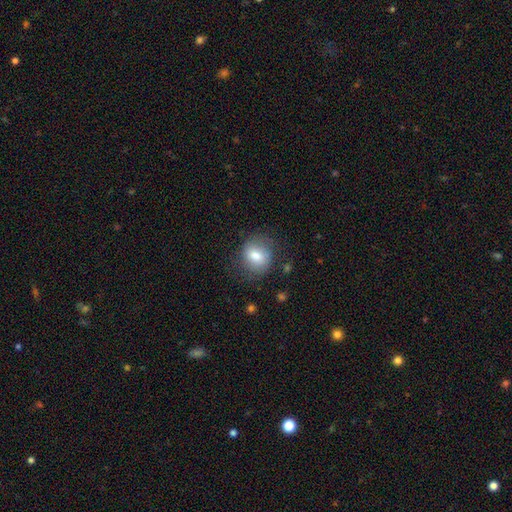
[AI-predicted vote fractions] smooth 75%, featured or disk 16%, star or artifact 9%. Down the decision tree: how rounded — round (62%); merging — none (73%).